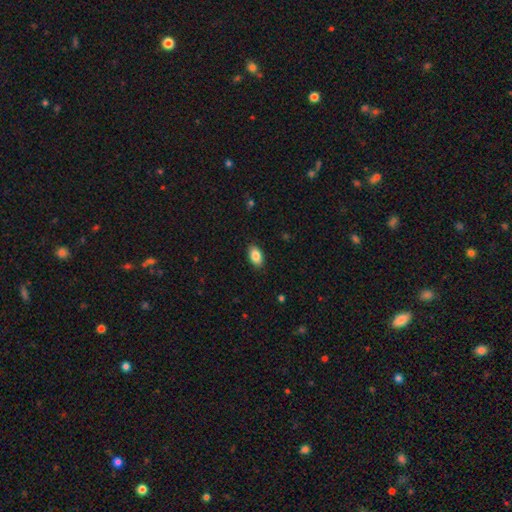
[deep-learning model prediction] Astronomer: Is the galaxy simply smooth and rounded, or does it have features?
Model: smooth — 86%.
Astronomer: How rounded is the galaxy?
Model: in between — 93%.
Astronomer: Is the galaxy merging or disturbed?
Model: none — 88%.